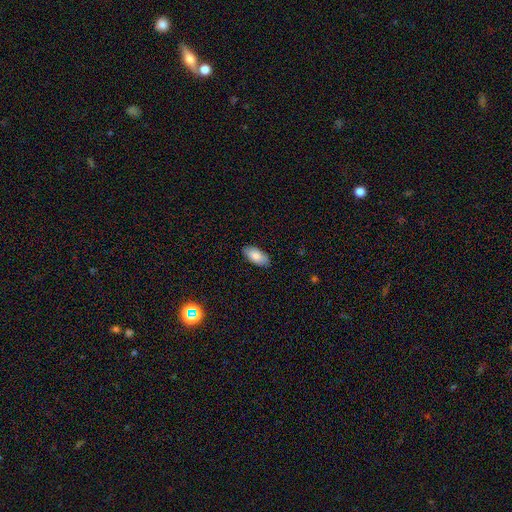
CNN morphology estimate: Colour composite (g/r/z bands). It shows a smooth galaxy with no disk features (85%) that is in between round and cigar-shaped (93%). Merging: none (88%).